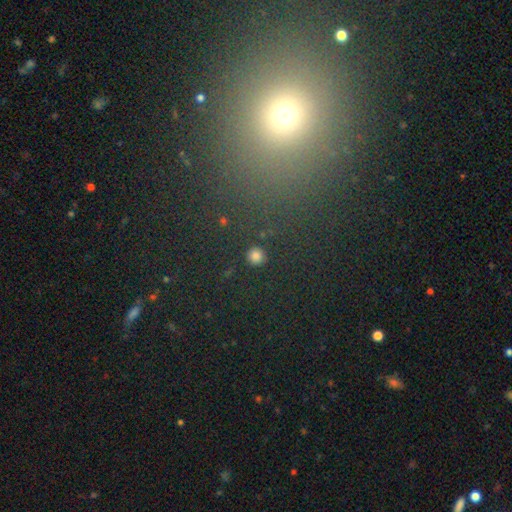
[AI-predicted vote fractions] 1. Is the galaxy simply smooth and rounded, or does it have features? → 81% smooth, 15% star or artifact, 4% featured or disk.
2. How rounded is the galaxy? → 95% round, 4% in between, 1% cigar-shaped.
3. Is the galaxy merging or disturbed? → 89% none, 6% minor disturbance, 3% major disturbance, 2% merger.